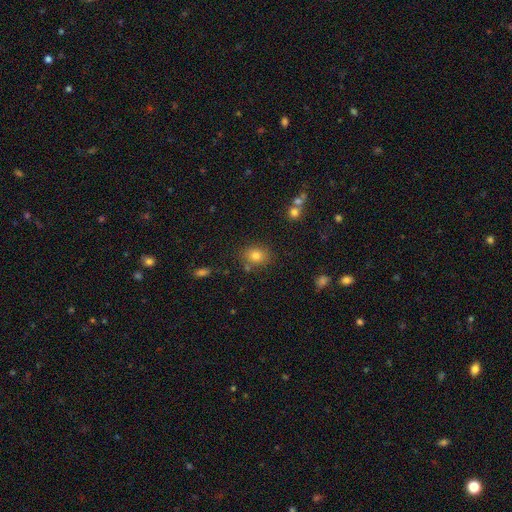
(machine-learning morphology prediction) This appears to be a smooth galaxy with no disk features (79%) that is round (51%). Merging: none (78%).